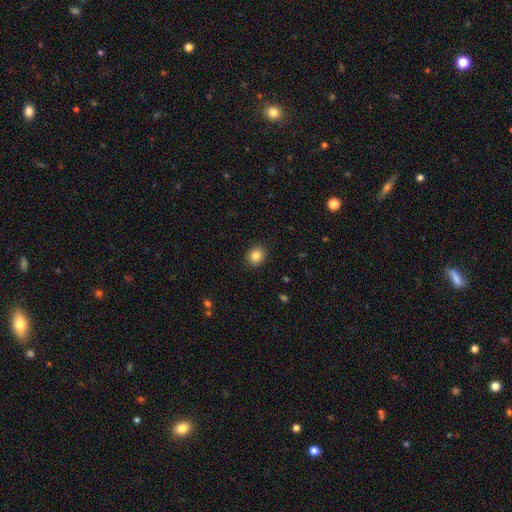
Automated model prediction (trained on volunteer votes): The model was most divided on "how rounded": round: 66%, in between: 34%, cigar-shaped: 1%. More confident: merging — none (90%); smooth or featured — smooth (84%).